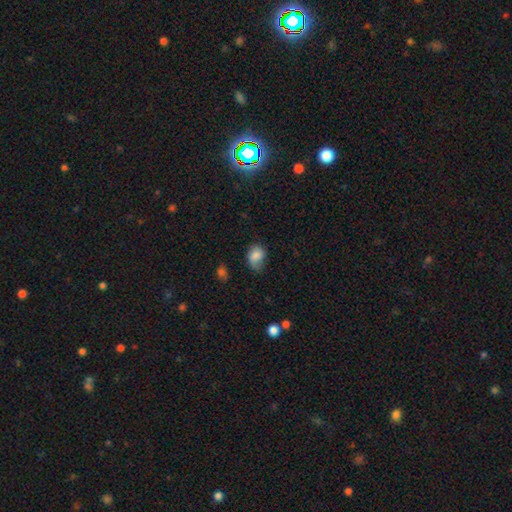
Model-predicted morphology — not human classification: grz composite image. It shows a smooth galaxy with no disk features (79%) that is in between round and cigar-shaped (65%). Merging: none (46%).